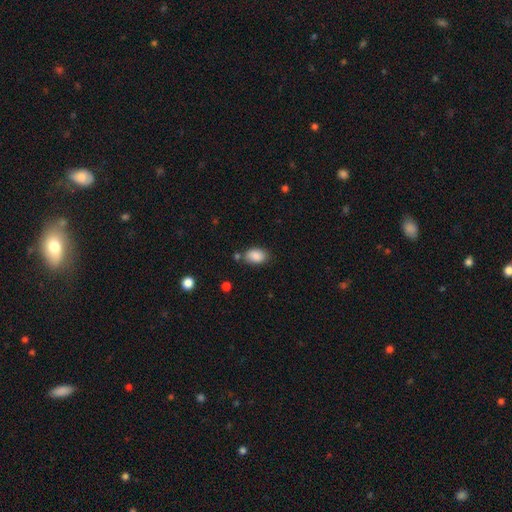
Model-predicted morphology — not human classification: type=smooth (88%); roundness=in between (89%); merging=none (72%).